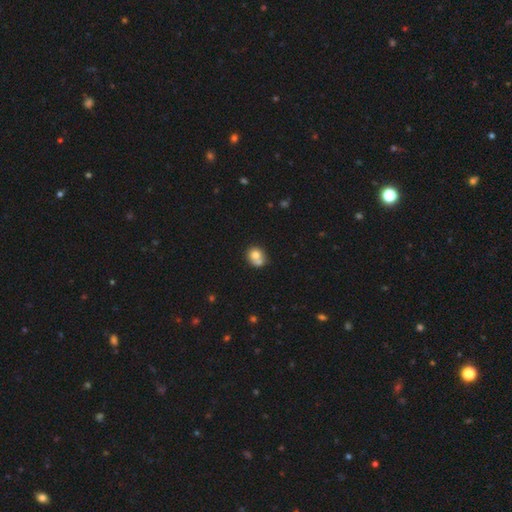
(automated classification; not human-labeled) A smooth galaxy with no disk features (73%) that is round (70%). Merging: merger (46%).